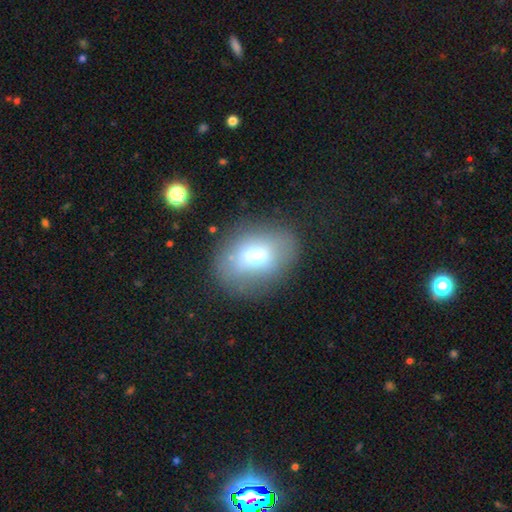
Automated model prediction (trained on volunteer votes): The model was most divided on "how rounded": in between: 70%, round: 29%, cigar-shaped: 1%. More confident: merging — none (73%); smooth or featured — smooth (65%).